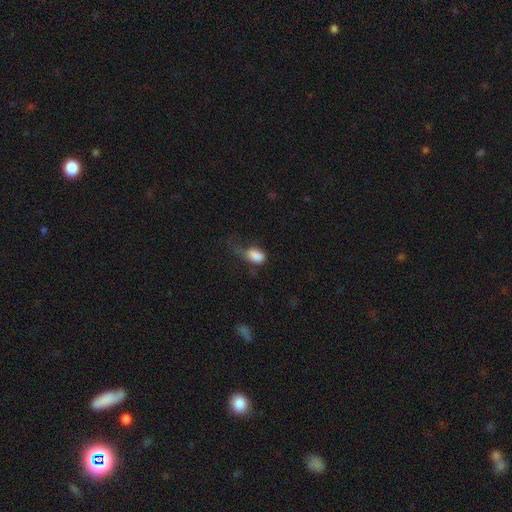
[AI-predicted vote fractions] This appears to be a smooth galaxy with no disk features (82%) that is in between round and cigar-shaped (86%). Merging: major disturbance (46%).